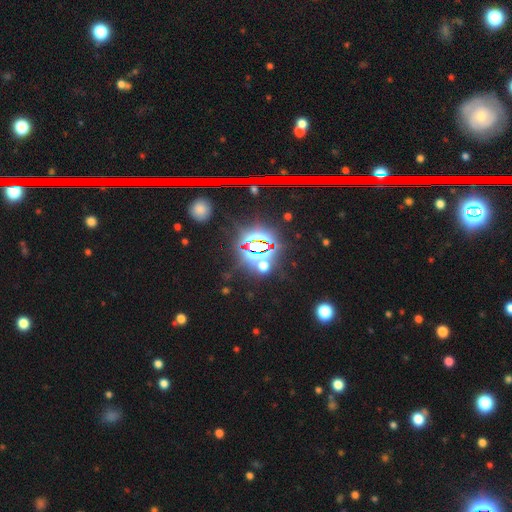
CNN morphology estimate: The model was most divided on "smooth or featured": star or artifact: 80%, smooth: 12%, featured or disk: 8%.